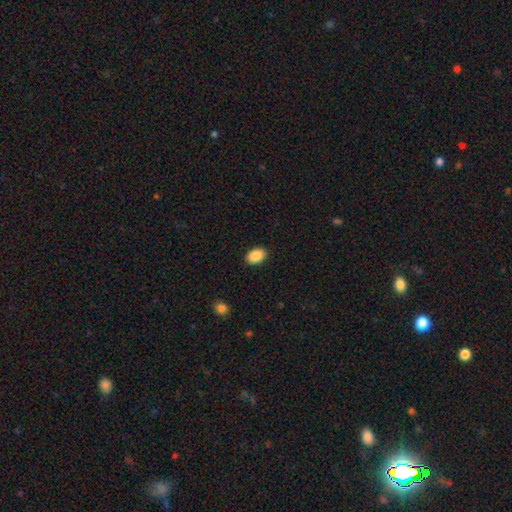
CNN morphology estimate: smooth-or-featured: smooth: 90% | star or artifact: 7% | featured or disk: 3%
  how-rounded: in between: 86% | round: 13% | cigar-shaped: 1%
  merging: none: 89% | minor disturbance: 8% | major disturbance: 2% | merger: 1%